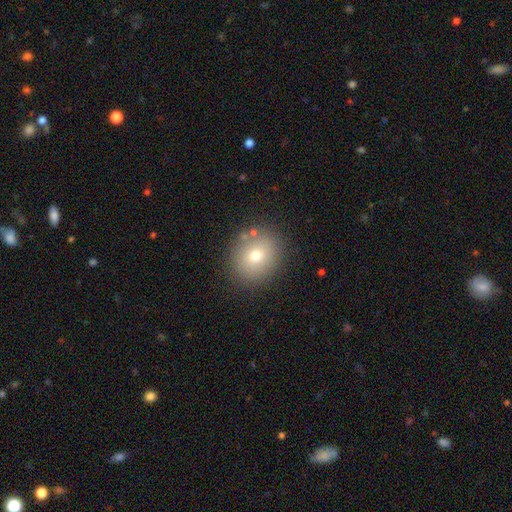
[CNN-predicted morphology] smooth_or_featured: smooth (p=0.71) [alt: featured or disk p=0.16]
how_rounded: round (p=0.74) [alt: in between p=0.25]
merging: none (p=0.83) [alt: minor disturbance p=0.09]